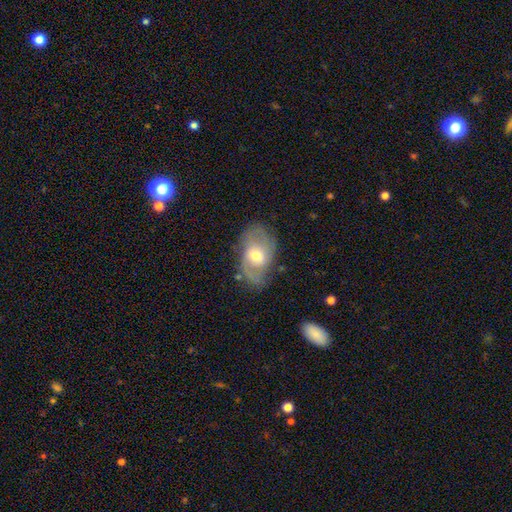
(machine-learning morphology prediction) This is likely a featured or disk galaxy (64%). It is clearly not viewed edge-on (94%). Bar: possibly no (46%). Spiral arm pattern: clearly yes (81%). Central bulge: likely moderate (65%). Merging: likely none (64%).